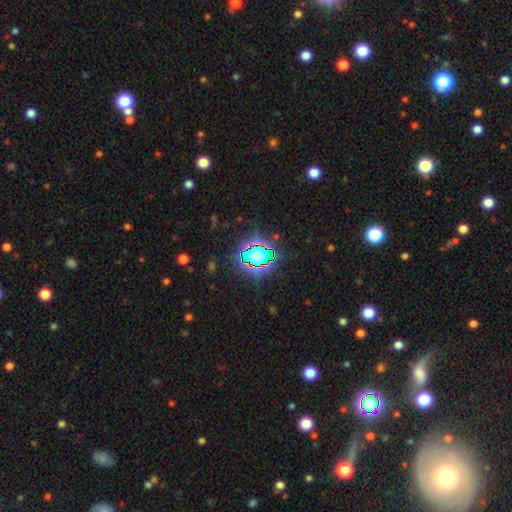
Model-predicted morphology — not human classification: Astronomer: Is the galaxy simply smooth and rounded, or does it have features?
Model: star or artifact — 66%.